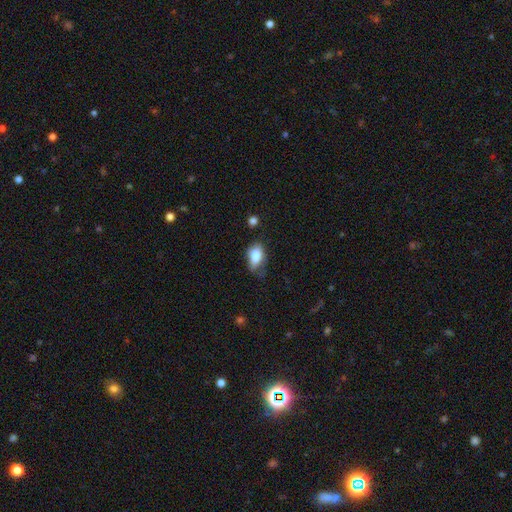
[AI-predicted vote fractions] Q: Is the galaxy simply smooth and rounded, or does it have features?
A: smooth — 79%.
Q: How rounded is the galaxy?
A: in between — 87%.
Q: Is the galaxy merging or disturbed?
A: minor disturbance — 40%.